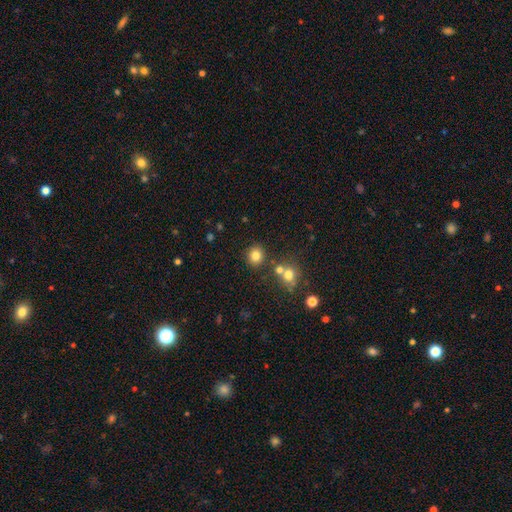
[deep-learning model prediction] smooth-or-featured: smooth: 80% | star or artifact: 14% | featured or disk: 7%
  how-rounded: round: 84% | in between: 15% | cigar-shaped: 1%
  merging: none: 81% | merger: 9% | minor disturbance: 8% | major disturbance: 3%